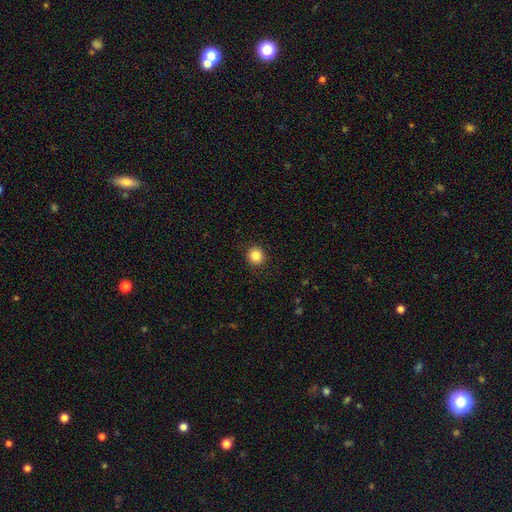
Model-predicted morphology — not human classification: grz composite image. It shows a smooth galaxy with no disk features (85%) that is round (91%). Merging: none (92%).